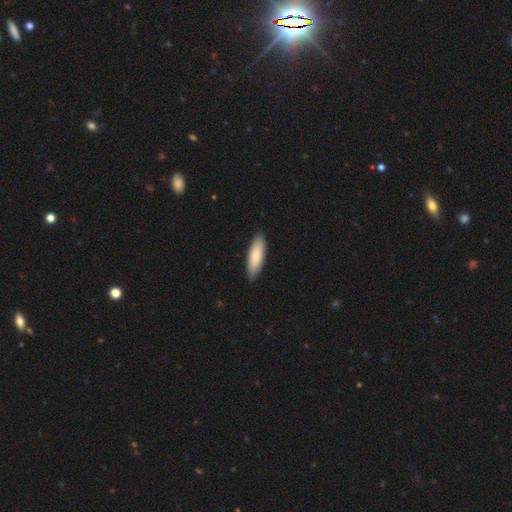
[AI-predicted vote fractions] smooth 81%, featured or disk 14%, star or artifact 5%. Down the decision tree: how rounded — in between (55%); merging — none (87%).